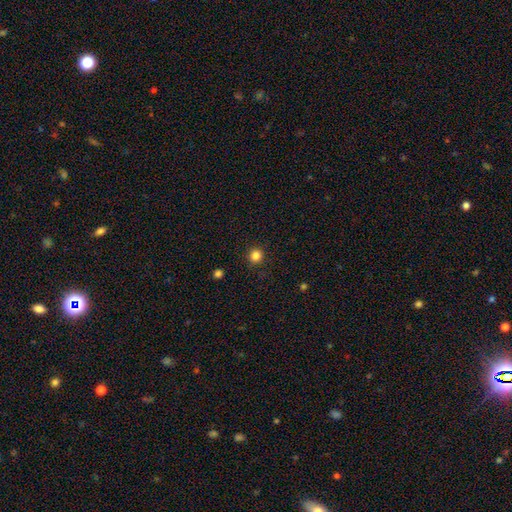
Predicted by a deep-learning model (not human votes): The model was most divided on "smooth or featured": smooth: 84%, star or artifact: 12%, featured or disk: 4%. More confident: how rounded — round (93%); merging — none (91%).